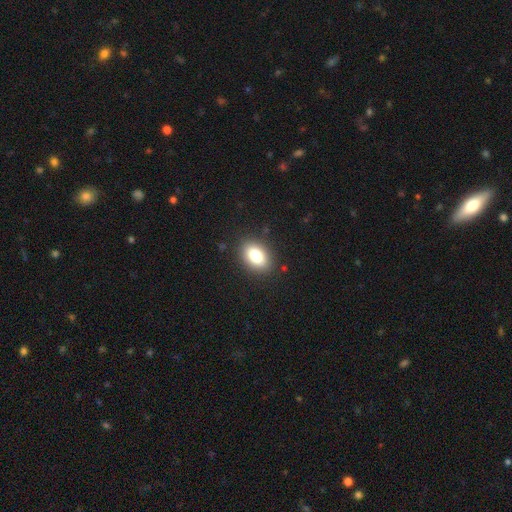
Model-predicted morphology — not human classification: Smooth or featured: smooth — 83% (featured or disk — 9%)
How rounded: in between — 85% (round — 13%)
Merging: none — 87% (minor disturbance — 9%)